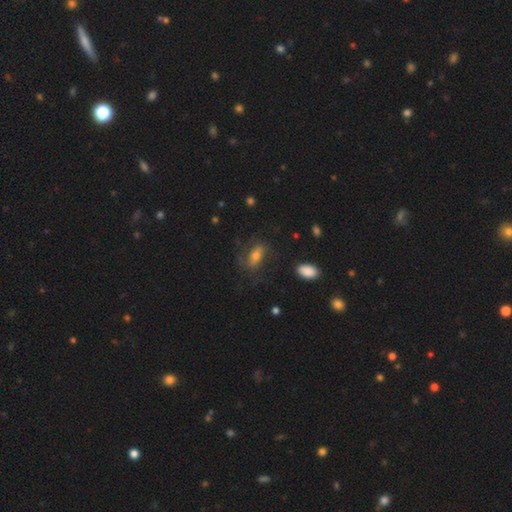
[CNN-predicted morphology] Q: Smooth or featured?
A: smooth (50%); runner-up: featured or disk (37%)
Q: How rounded?
A: in between (80%); runner-up: cigar-shaped (11%)
Q: Merging?
A: none (61%); runner-up: minor disturbance (20%)